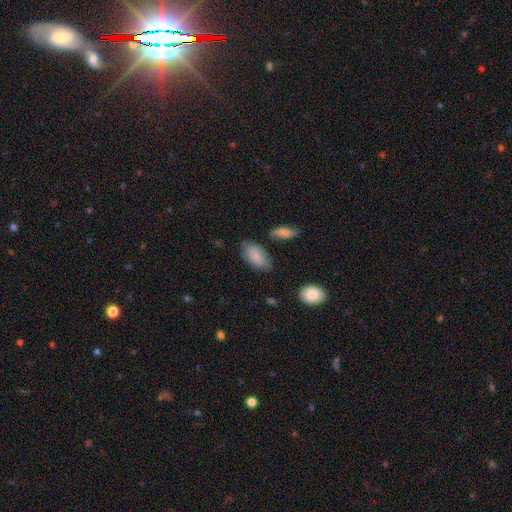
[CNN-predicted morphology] smooth_or_featured: smooth (p=0.80) [alt: featured or disk p=0.13]
how_rounded: in between (p=0.94) [alt: round p=0.03]
merging: none (p=0.64) [alt: minor disturbance p=0.24]